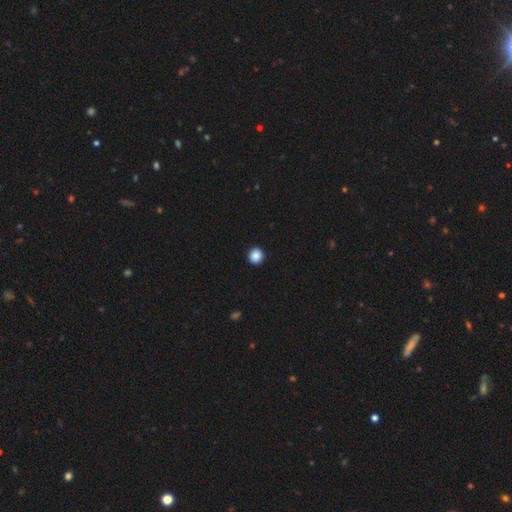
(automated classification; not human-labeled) The model was most divided on "smooth or featured": smooth: 88%, star or artifact: 9%, featured or disk: 2%. More confident: merging — none (93%); how rounded — round (93%).